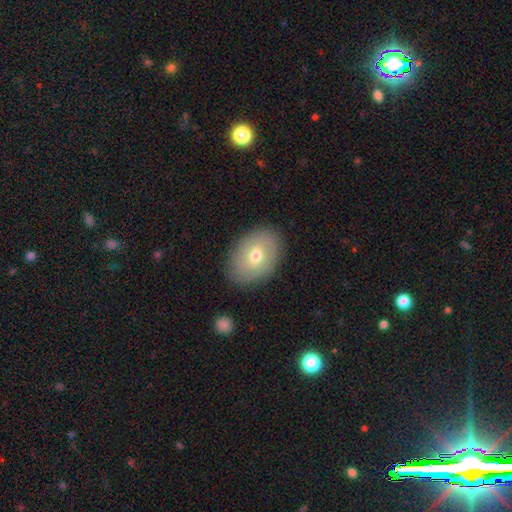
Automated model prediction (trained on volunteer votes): Smooth or featured? smooth (52%)
How rounded? in between (78%)
Merging? none (84%)